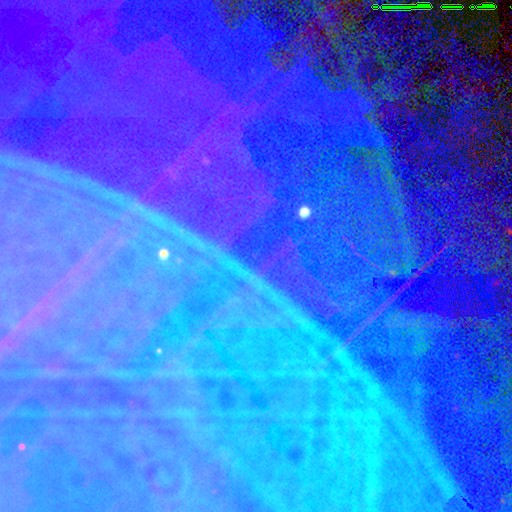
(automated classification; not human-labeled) star or artifact 86%, featured or disk 8%, smooth 6%.